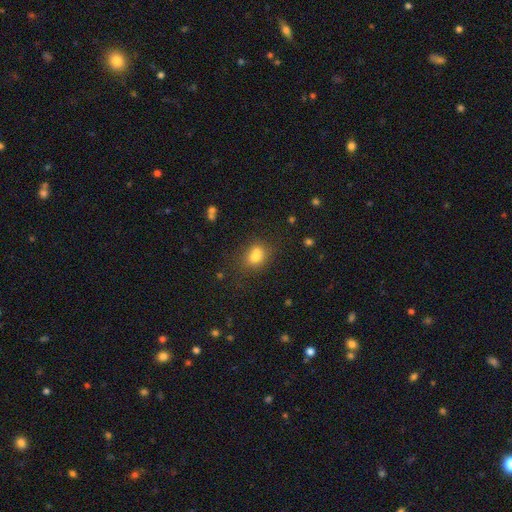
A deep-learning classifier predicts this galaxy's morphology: Smooth or featured: smooth — 71% (featured or disk — 15%)
How rounded: round — 50% (in between — 49%)
Merging: merger — 42% (none — 40%)